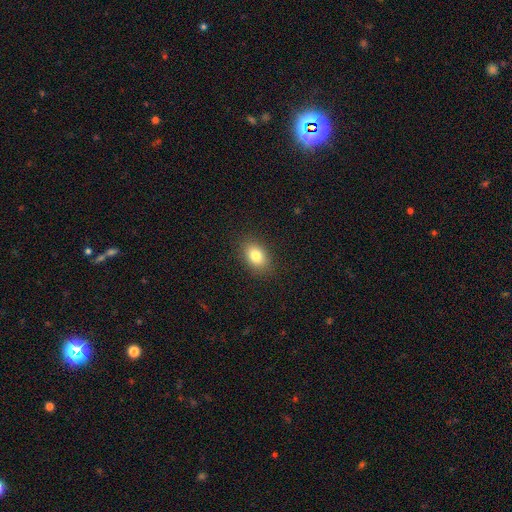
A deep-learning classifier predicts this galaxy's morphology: smooth 82%, star or artifact 9%, featured or disk 9%. Down the decision tree: how rounded — in between (80%); merging — none (87%).